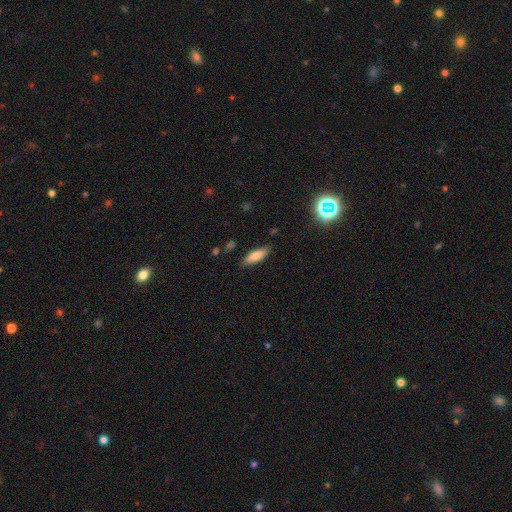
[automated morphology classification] Smooth or featured? Predicted: smooth (p=0.74). How rounded? Predicted: in between (p=0.55). Merging? Predicted: none (p=0.83).